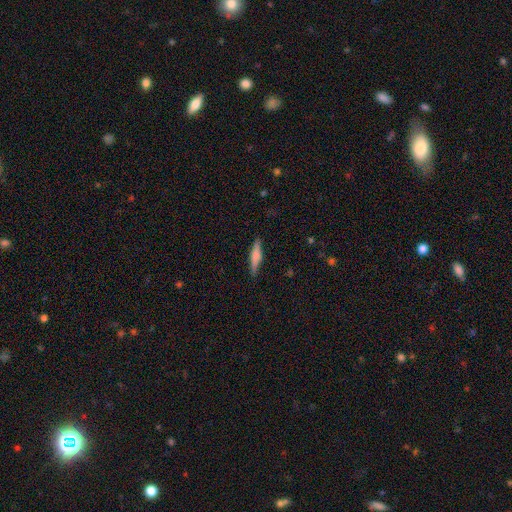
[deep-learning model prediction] Smooth or featured?
  - smooth: 57% *
  - featured or disk: 37%
  - star or artifact: 6%
How rounded?
  - cigar-shaped: 83% *
  - in between: 15%
  - round: 2%
Merging?
  - none: 87% *
  - minor disturbance: 10%
  - major disturbance: 2%
  - merger: 1%